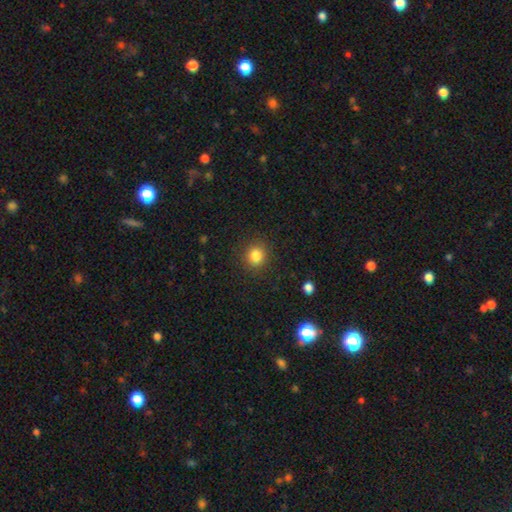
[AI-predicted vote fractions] smooth-or-featured: smooth: 84% | star or artifact: 12% | featured or disk: 5%
  how-rounded: round: 85% | in between: 15% | cigar-shaped: 1%
  merging: none: 89% | minor disturbance: 7% | major disturbance: 3% | merger: 1%